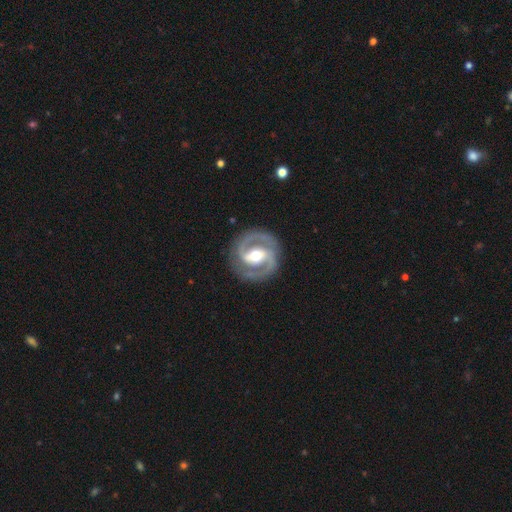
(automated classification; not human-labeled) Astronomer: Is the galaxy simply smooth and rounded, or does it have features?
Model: featured or disk — 91%.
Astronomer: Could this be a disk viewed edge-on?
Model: no — 98%.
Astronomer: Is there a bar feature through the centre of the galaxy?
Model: strong — 48% (runner-up: weak, 37%).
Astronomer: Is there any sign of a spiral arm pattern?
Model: yes — 96%.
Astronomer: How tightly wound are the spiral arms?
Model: medium — 50% (runner-up: tight, 42%).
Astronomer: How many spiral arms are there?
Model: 2 — 93%.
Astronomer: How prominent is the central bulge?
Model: moderate — 74%.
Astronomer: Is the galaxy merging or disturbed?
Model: none — 87%.